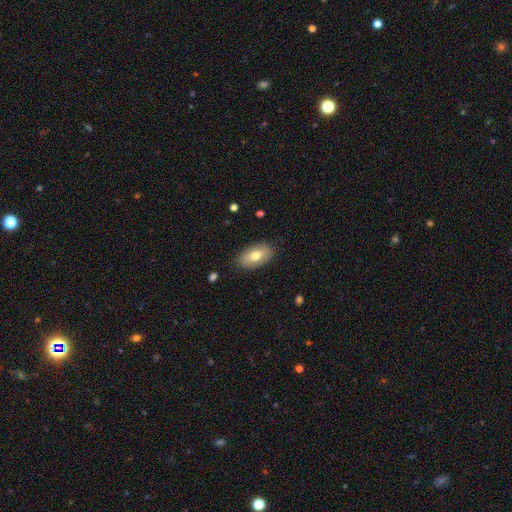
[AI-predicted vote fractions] smooth_or_featured: smooth (p=0.73) [alt: featured or disk p=0.21]
how_rounded: in between (p=0.93) [alt: round p=0.06]
merging: none (p=0.85) [alt: minor disturbance p=0.12]